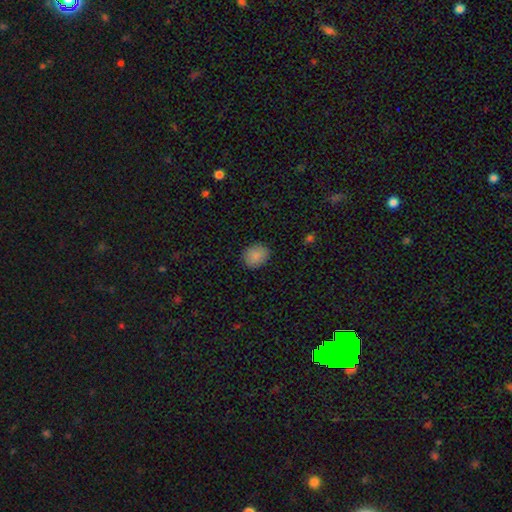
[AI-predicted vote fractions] smooth 87%, star or artifact 8%, featured or disk 4%. Down the decision tree: how rounded — round (58%); merging — none (87%).